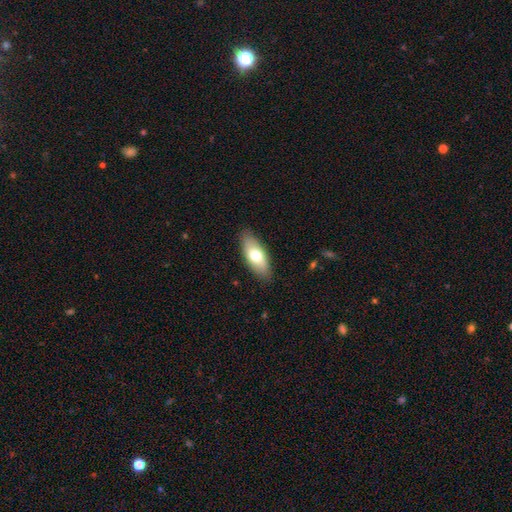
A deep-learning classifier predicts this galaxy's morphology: Q: Smooth or featured?
A: smooth (68%); runner-up: featured or disk (26%)
Q: How rounded?
A: in between (80%); runner-up: cigar-shaped (17%)
Q: Merging?
A: none (87%); runner-up: minor disturbance (10%)